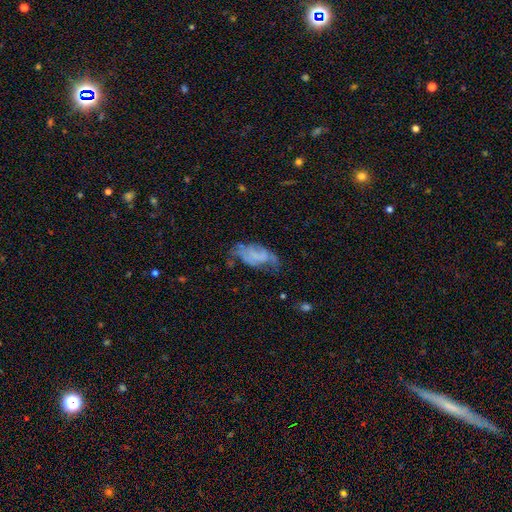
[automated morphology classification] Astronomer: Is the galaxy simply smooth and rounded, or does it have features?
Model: featured or disk — 50% (runner-up: smooth, 38%).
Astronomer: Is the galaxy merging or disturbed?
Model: none — 36% (runner-up: minor disturbance, 30%).